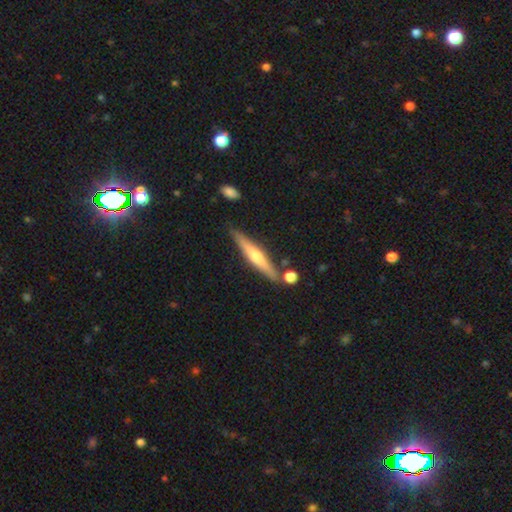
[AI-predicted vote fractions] Smooth or featured? Predicted: featured or disk (p=0.60). Edge-on disk? Predicted: yes (p=0.96). Edge-on bulge? Predicted: rounded (p=0.82). Merging? Predicted: none (p=0.83).